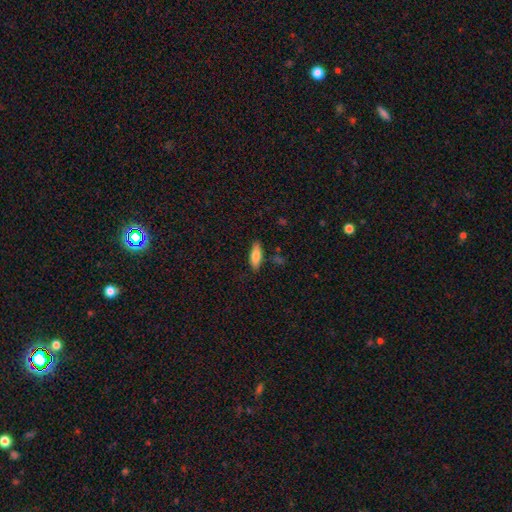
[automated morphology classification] smooth 80%, featured or disk 13%, star or artifact 7%. Down the decision tree: how rounded — in between (62%); merging — none (83%).